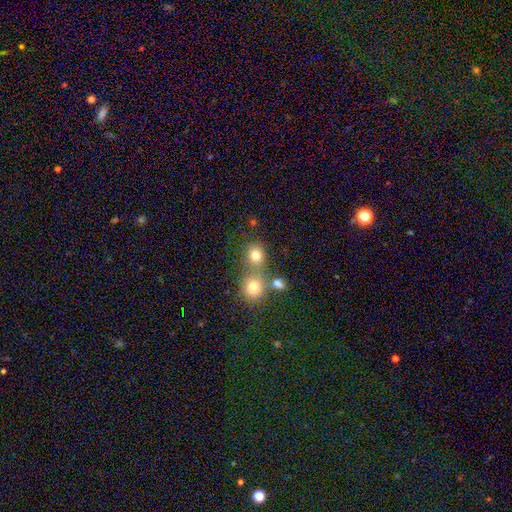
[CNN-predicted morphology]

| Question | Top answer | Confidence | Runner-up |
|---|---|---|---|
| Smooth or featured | smooth | 78% | star or artifact (14%) |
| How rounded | round | 79% | in between (20%) |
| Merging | none | 53% | merger (34%) |